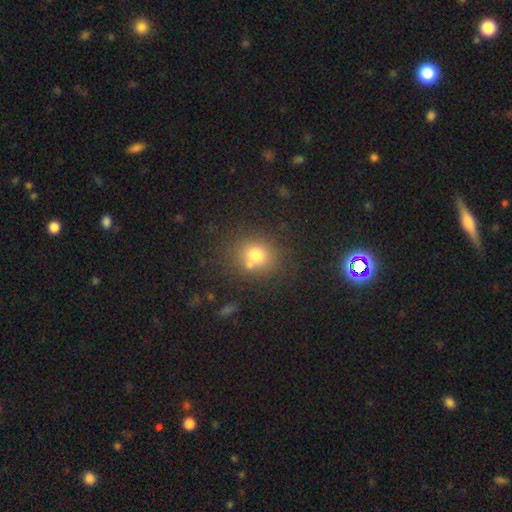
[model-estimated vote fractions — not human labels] Overall: smooth (74%). How rounded: round (73%). Merging: none (64%).